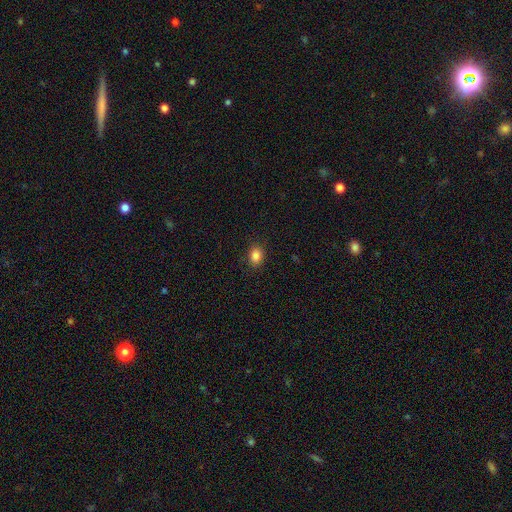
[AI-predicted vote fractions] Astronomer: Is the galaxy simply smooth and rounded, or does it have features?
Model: smooth — 86%.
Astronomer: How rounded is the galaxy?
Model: in between — 59% (runner-up: round, 40%).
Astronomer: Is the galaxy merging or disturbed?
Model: none — 88%.